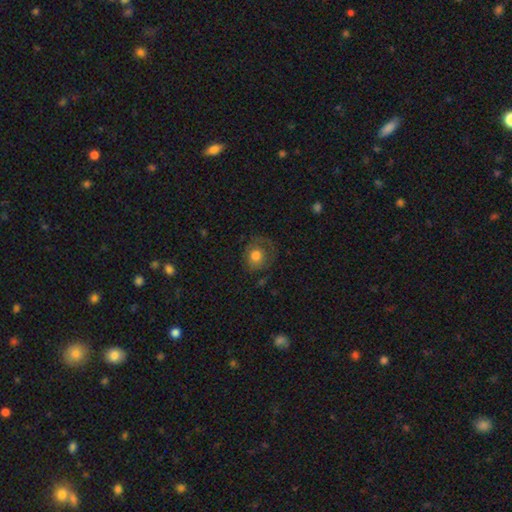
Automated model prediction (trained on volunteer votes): Smooth or featured?
  - smooth: 69% *
  - featured or disk: 21%
  - star or artifact: 10%
How rounded?
  - round: 78% *
  - in between: 21%
  - cigar-shaped: 1%
Merging?
  - none: 58% *
  - minor disturbance: 22%
  - major disturbance: 18%
  - merger: 2%